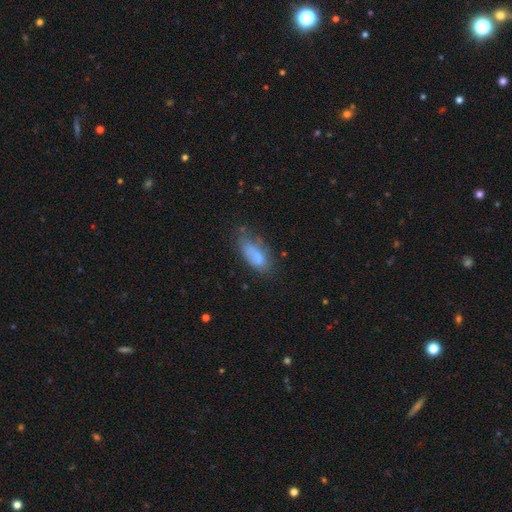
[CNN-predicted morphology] type=smooth (72%); roundness=in between (83%); merging=none (44%).